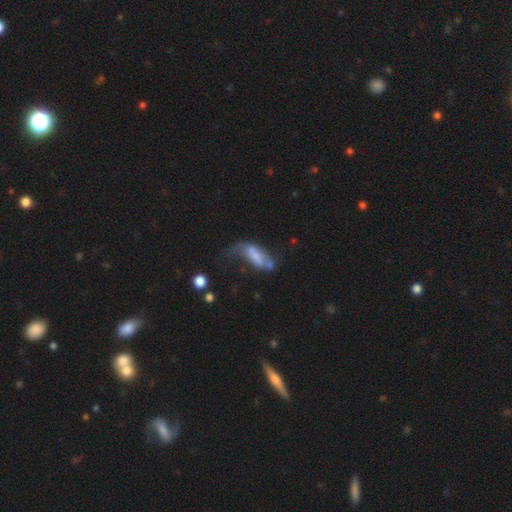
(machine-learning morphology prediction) Smooth or featured? smooth (49%)
Merging? major disturbance (38%)